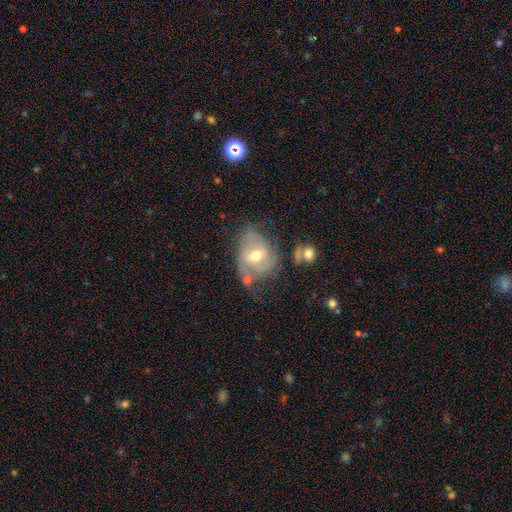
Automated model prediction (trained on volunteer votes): A featured or disk galaxy (61%) with no bar (48%), spiral arms (67%) and a moderate central bulge (74%). Merging: none (43%).